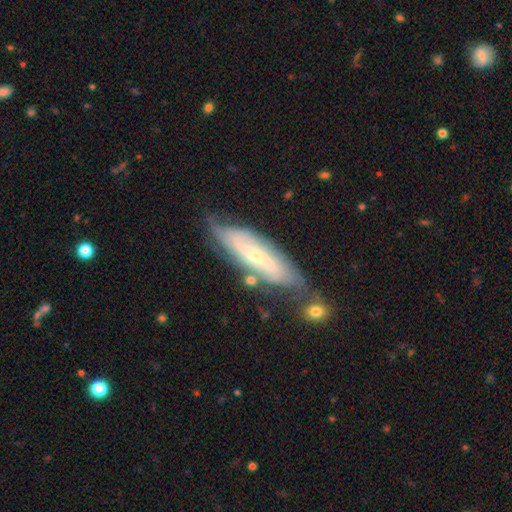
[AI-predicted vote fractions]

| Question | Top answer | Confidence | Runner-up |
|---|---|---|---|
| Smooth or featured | featured or disk | 76% | smooth (18%) |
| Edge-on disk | no | 79% | yes (21%) |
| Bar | weak | 40% | no (37%) |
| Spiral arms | yes | 91% | no (9%) |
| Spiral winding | tight | 51% | medium (35%) |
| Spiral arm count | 2 | 47% | can't tell (36%) |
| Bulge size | small | 62% | moderate (34%) |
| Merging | none | 62% | minor disturbance (22%) |